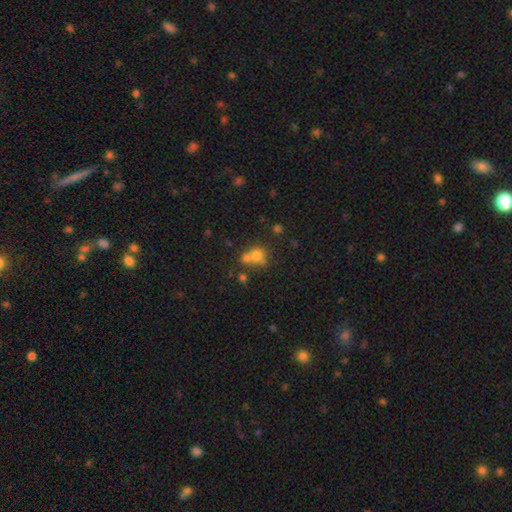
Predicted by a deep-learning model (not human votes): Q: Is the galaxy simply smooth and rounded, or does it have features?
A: smooth — 70%.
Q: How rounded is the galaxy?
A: round — 79%.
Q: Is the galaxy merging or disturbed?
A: merger — 45%.